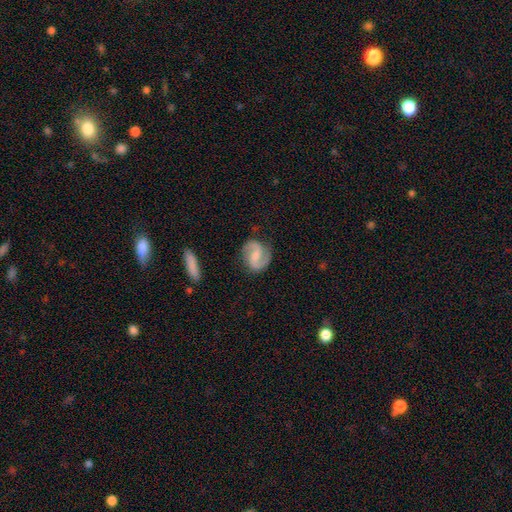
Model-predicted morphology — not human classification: Overall: featured or disk (85%). Edge-on disk: no (98%). Bar: weak (49%; no 33%). Spiral arms: yes (97%). Spiral arm count: 2 (93%). Spiral winding: medium (55%; loose 27%). Bulge size: none (34%; small 32%). Merging: none (81%).